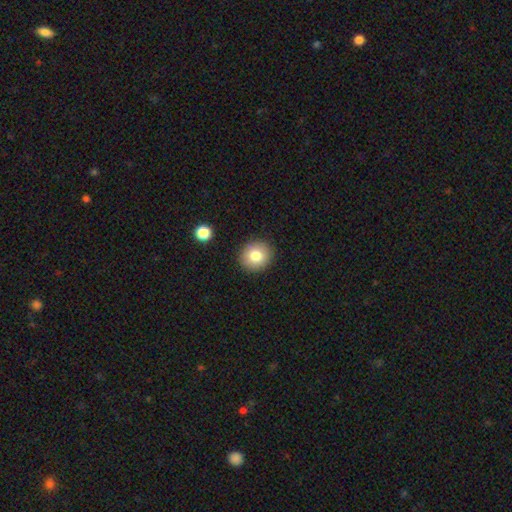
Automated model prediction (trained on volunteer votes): Smooth or featured: smooth — 81% (featured or disk — 10%)
How rounded: round — 85% (in between — 14%)
Merging: none — 90% (minor disturbance — 6%)